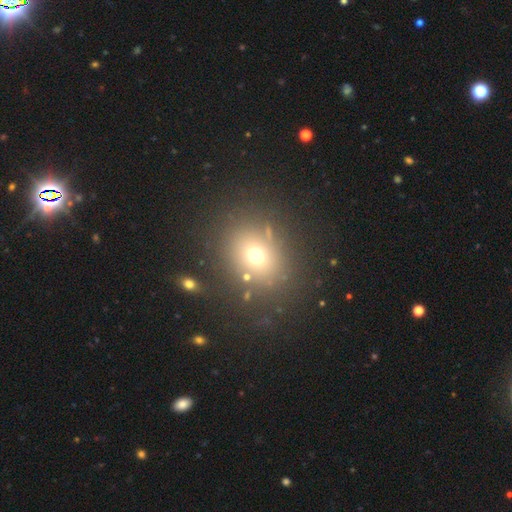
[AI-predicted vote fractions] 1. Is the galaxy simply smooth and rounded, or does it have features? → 67% smooth, 20% star or artifact, 13% featured or disk.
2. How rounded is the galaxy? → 66% round, 33% in between, 1% cigar-shaped.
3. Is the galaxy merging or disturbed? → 81% none, 10% minor disturbance, 5% major disturbance, 4% merger.